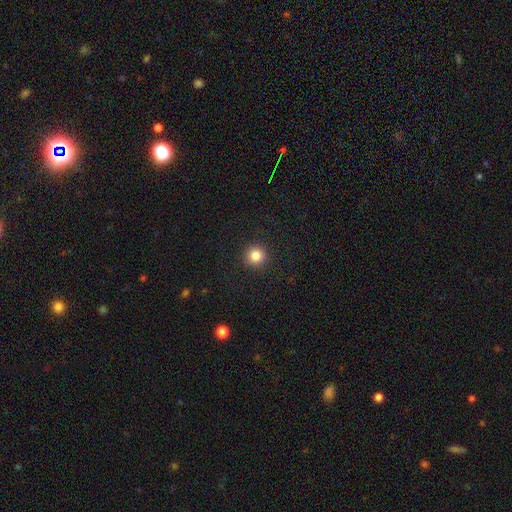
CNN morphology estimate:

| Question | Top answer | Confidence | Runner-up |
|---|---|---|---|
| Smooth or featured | smooth | 85% | star or artifact (11%) |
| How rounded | round | 96% | in between (3%) |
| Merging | none | 92% | minor disturbance (5%) |